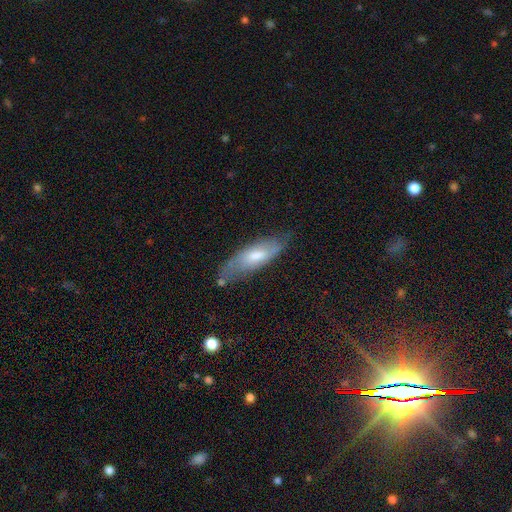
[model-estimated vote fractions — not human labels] Smooth or featured? smooth (51%)
How rounded? in between (56%)
Merging? none (64%)